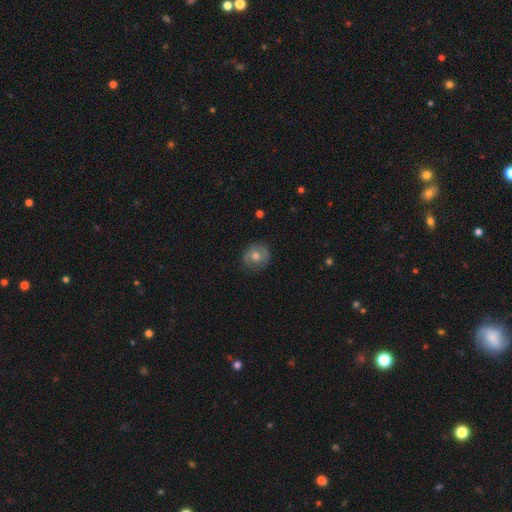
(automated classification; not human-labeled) This is possibly a smooth galaxy (57%). How rounded: clearly round (81%). Merging: clearly none (81%).